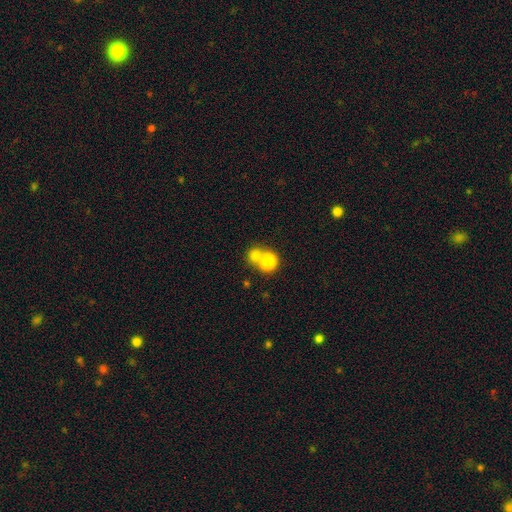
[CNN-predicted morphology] smooth 76%, star or artifact 13%, featured or disk 10%. Down the decision tree: how rounded — round (80%); merging — merger (48%).